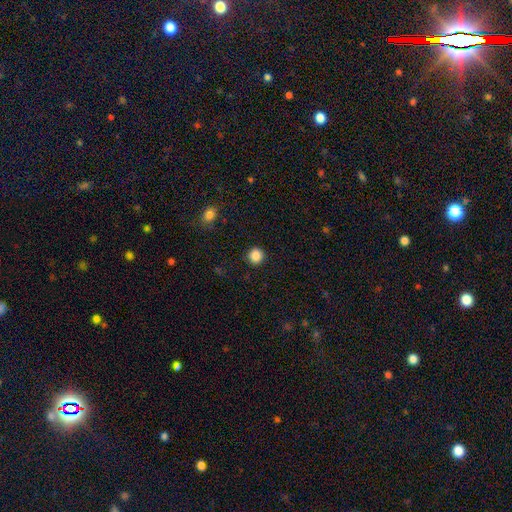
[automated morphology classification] A smooth galaxy with no disk features (86%) that is round (92%).

Vote fractions:
- Smooth or featured? smooth: 86% / star or artifact: 10% / featured or disk: 3%
- How rounded? round: 92% / in between: 7% / cigar-shaped: 1%
- Merging? none: 91% / minor disturbance: 6% / major disturbance: 2% / merger: 1%